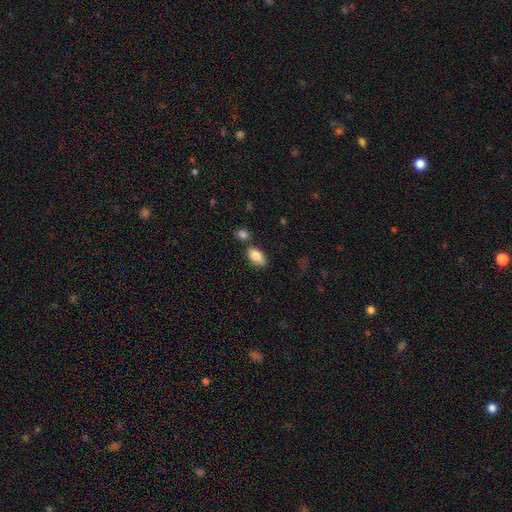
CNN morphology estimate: type=smooth (84%); roundness=in between (92%); merging=none (70%).